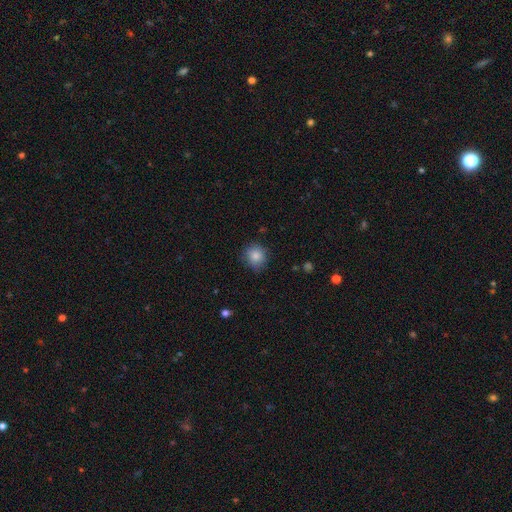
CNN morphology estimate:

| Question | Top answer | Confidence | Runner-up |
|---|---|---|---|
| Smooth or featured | smooth | 85% | star or artifact (10%) |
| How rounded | round | 87% | in between (12%) |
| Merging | none | 83% | minor disturbance (13%) |